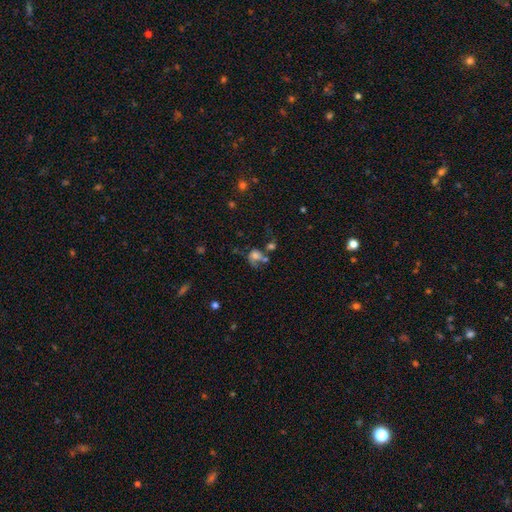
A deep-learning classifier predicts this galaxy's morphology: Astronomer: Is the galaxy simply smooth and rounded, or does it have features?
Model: smooth — 48% (runner-up: featured or disk, 38%).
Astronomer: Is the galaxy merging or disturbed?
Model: merger — 32% (runner-up: major disturbance, 30%).